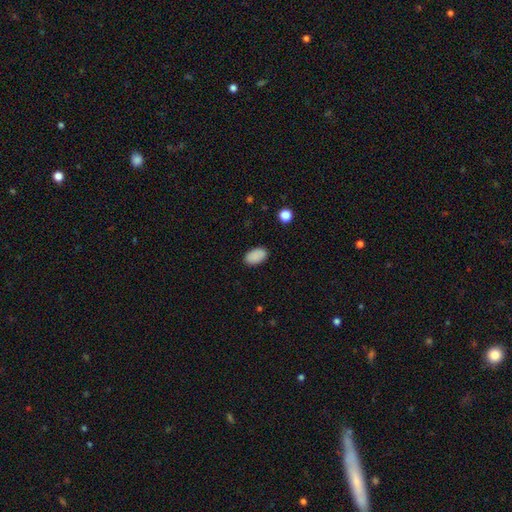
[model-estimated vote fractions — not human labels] Morphology: type=smooth (89%); roundness=in between (94%); merging=none (87%).